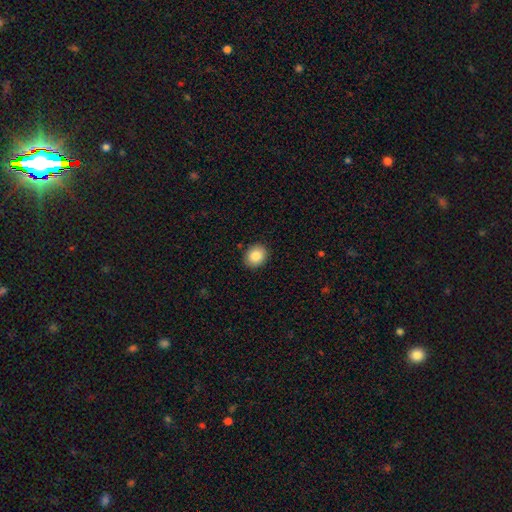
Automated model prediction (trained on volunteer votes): smooth_or_featured: smooth (p=0.86) [alt: star or artifact p=0.09]
how_rounded: round (p=0.69) [alt: in between p=0.30]
merging: none (p=0.90) [alt: minor disturbance p=0.07]